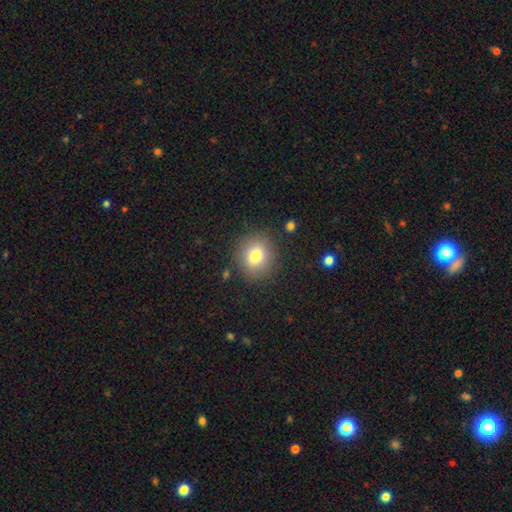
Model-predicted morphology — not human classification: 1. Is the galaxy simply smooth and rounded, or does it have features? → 78% smooth, 12% star or artifact, 11% featured or disk.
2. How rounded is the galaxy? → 85% round, 14% in between, 1% cigar-shaped.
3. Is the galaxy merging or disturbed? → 86% none, 9% minor disturbance, 3% major disturbance, 2% merger.